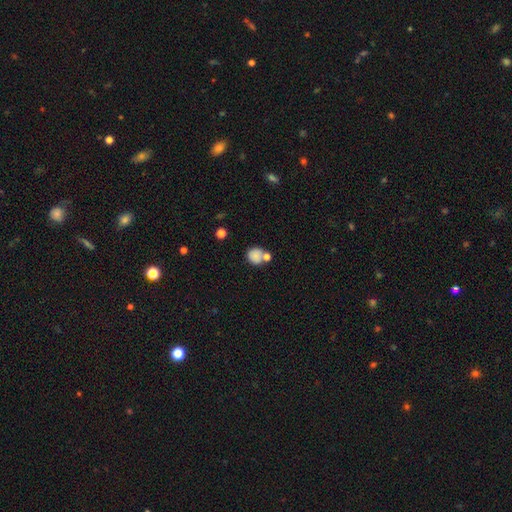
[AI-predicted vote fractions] Smooth or featured: smooth — 81% (star or artifact — 10%)
How rounded: round — 84% (in between — 15%)
Merging: none — 53% (merger — 27%)